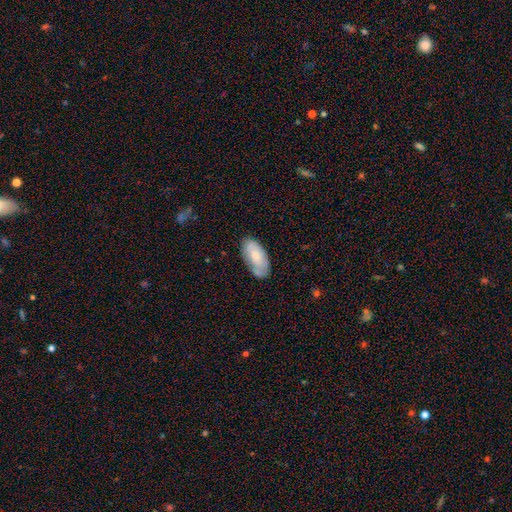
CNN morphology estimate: A smooth galaxy with no disk features (65%) that is in between round and cigar-shaped (93%). Merging: none (69%).